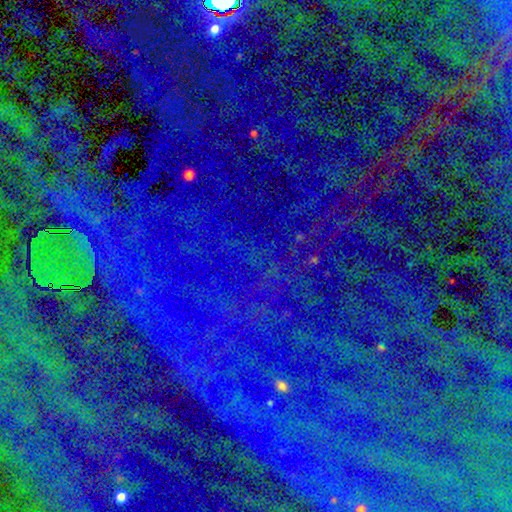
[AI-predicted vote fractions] Smooth or featured?
  - star or artifact: 85% *
  - smooth: 8%
  - featured or disk: 6%